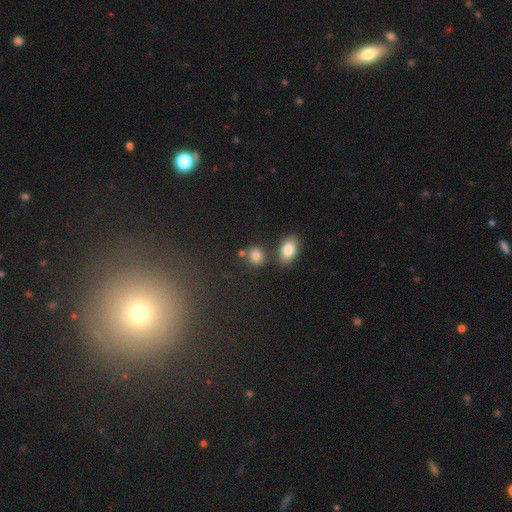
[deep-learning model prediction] A smooth galaxy with no disk features (83%) that is round (64%).

Vote fractions:
- Smooth or featured? smooth: 83% / star or artifact: 10% / featured or disk: 6%
- How rounded? round: 64% / in between: 35% / cigar-shaped: 2%
- Merging? none: 69% / merger: 16% / minor disturbance: 11% / major disturbance: 4%